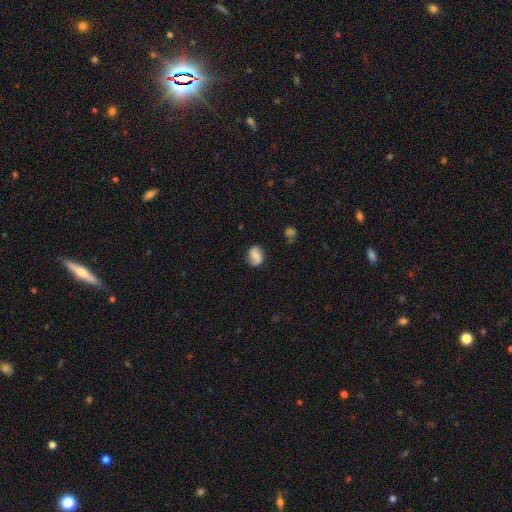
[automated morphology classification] Smooth or featured?
  - smooth: 58% *
  - featured or disk: 33%
  - star or artifact: 9%
How rounded?
  - in between: 65% *
  - round: 33%
  - cigar-shaped: 2%
Merging?
  - none: 73% *
  - minor disturbance: 20%
  - major disturbance: 5%
  - merger: 2%